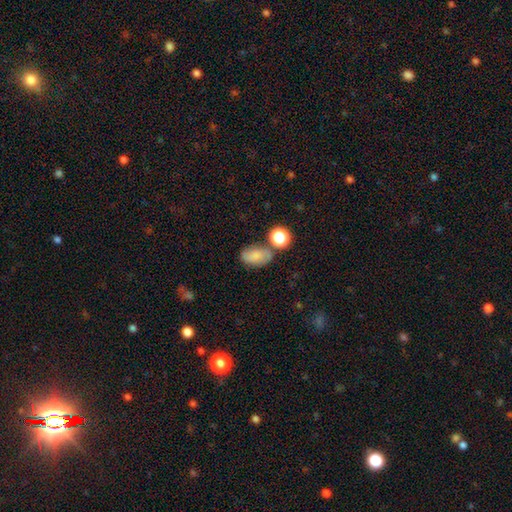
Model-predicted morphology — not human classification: Smooth or featured?
  - smooth: 72% *
  - featured or disk: 17%
  - star or artifact: 12%
How rounded?
  - in between: 86% *
  - round: 13%
  - cigar-shaped: 2%
Merging?
  - none: 61% *
  - minor disturbance: 19%
  - merger: 13%
  - major disturbance: 6%